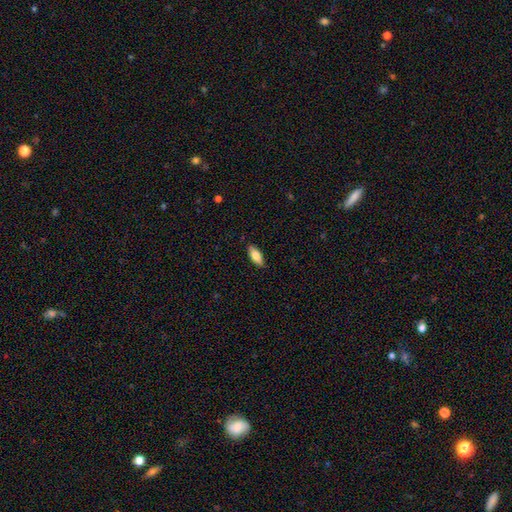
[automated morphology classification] smooth-or-featured: smooth: 79% | featured or disk: 15% | star or artifact: 6%
  how-rounded: in between: 83% | cigar-shaped: 15% | round: 2%
  merging: none: 87% | minor disturbance: 10% | major disturbance: 2% | merger: 1%